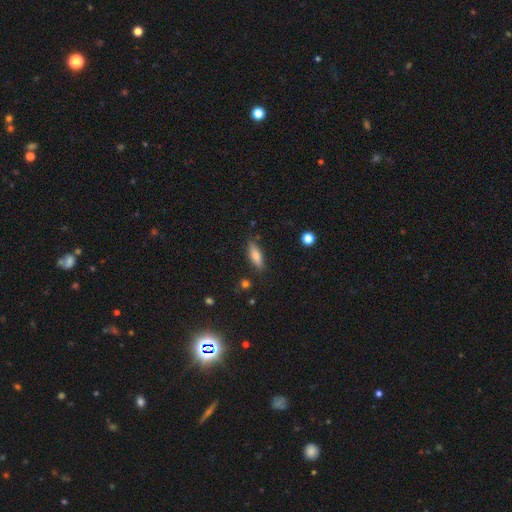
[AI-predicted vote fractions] This appears to be a smooth galaxy with no disk features (71%) that is in between round and cigar-shaped (50%). Merging: none (83%).